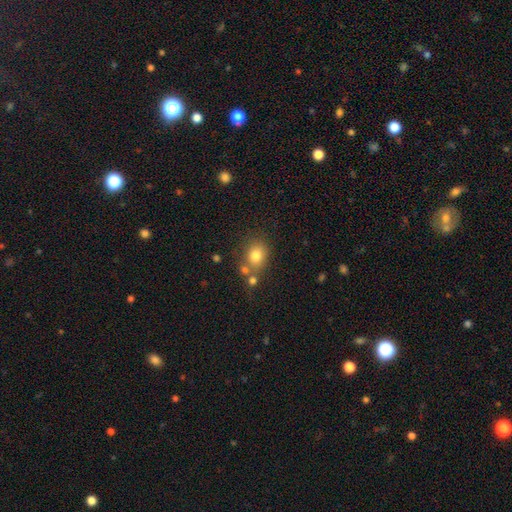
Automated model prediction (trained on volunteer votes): Smooth or featured?
  - smooth: 78% *
  - star or artifact: 11%
  - featured or disk: 10%
How rounded?
  - round: 53% *
  - in between: 46%
  - cigar-shaped: 1%
Merging?
  - none: 61% *
  - merger: 20%
  - minor disturbance: 14%
  - major disturbance: 5%